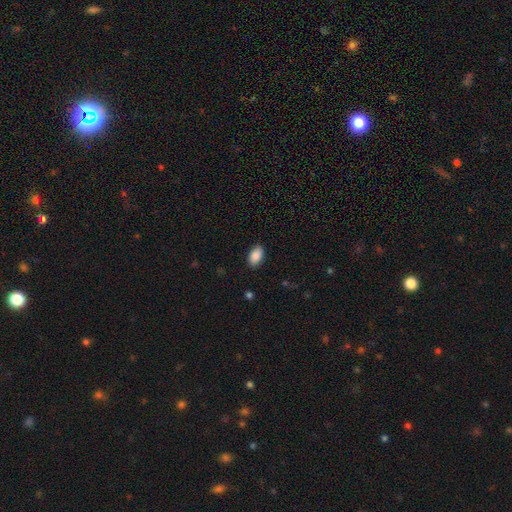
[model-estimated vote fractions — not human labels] Morphology: type=smooth (89%); roundness=in between (93%); merging=none (87%).